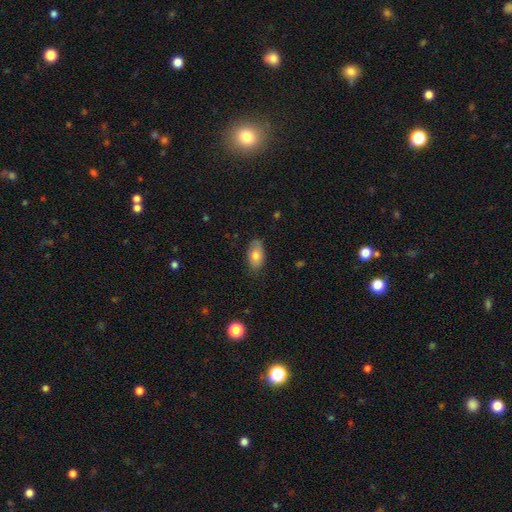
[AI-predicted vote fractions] Smooth or featured: smooth — 77% (featured or disk — 16%)
How rounded: in between — 93% (round — 5%)
Merging: none — 75% (minor disturbance — 20%)